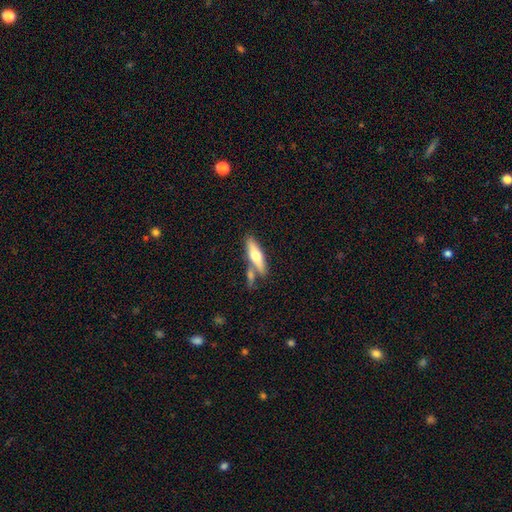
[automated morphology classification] Smooth or featured?
  - smooth: 55% *
  - featured or disk: 39%
  - star or artifact: 5%
How rounded?
  - cigar-shaped: 65% *
  - in between: 32%
  - round: 2%
Merging?
  - none: 59% *
  - merger: 24%
  - minor disturbance: 13%
  - major disturbance: 4%